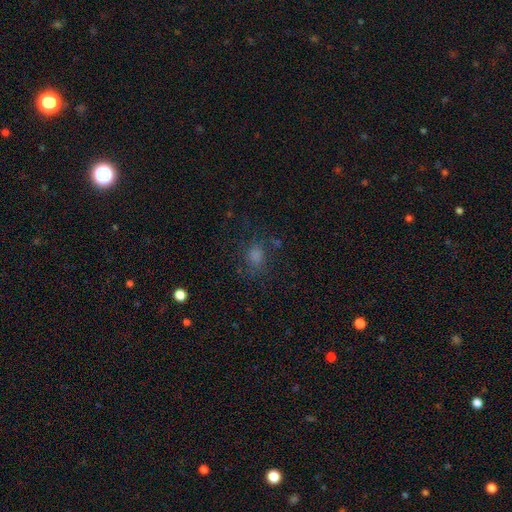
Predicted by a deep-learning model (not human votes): smooth-or-featured: smooth: 70% | star or artifact: 20% | featured or disk: 10%
  how-rounded: round: 61% | in between: 37% | cigar-shaped: 1%
  merging: none: 67% | minor disturbance: 17% | major disturbance: 13% | merger: 3%